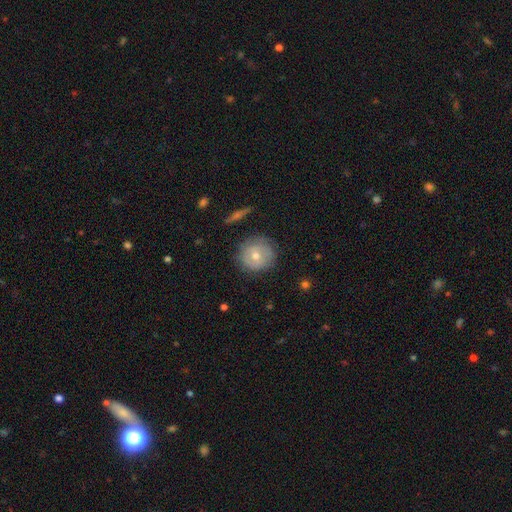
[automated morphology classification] Q: Smooth or featured?
A: smooth (54%); runner-up: featured or disk (39%)
Q: How rounded?
A: round (90%); runner-up: in between (9%)
Q: Merging?
A: none (73%); runner-up: minor disturbance (19%)